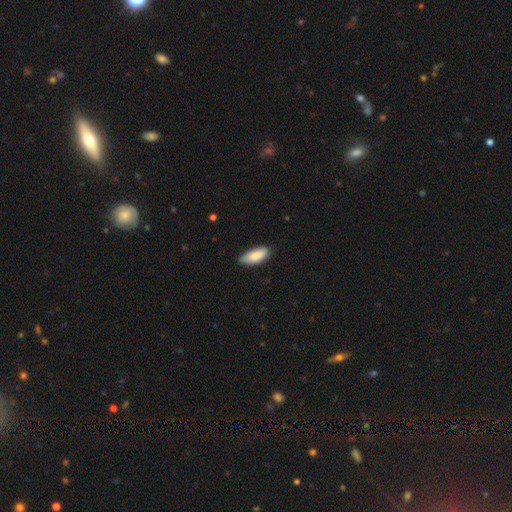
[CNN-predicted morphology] The model was most divided on "merging": none: 79%, minor disturbance: 18%, major disturbance: 2%, merger: 1%. More confident: smooth or featured — smooth (87%); how rounded — in between (82%).